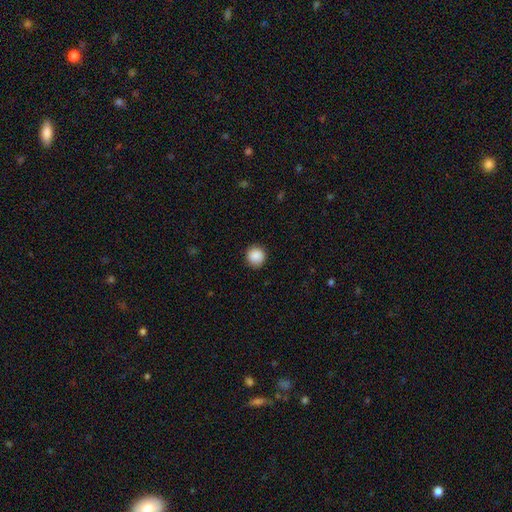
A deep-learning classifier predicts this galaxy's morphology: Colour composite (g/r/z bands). It shows a smooth galaxy with no disk features (89%) that is round (94%). Merging: none (89%).